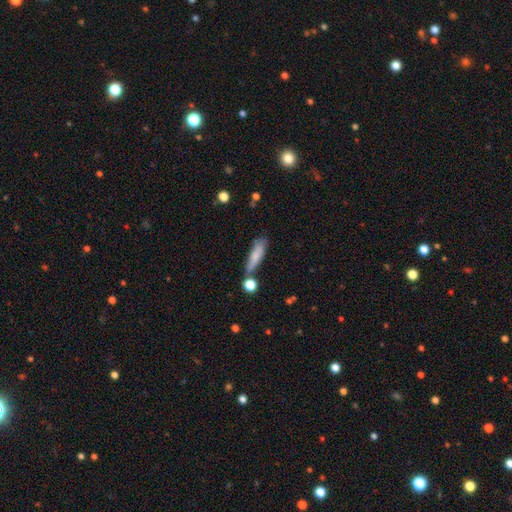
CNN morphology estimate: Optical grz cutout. It shows a smooth galaxy with no disk features (75%) that is cigar-shaped (66%). Merging: none (57%).